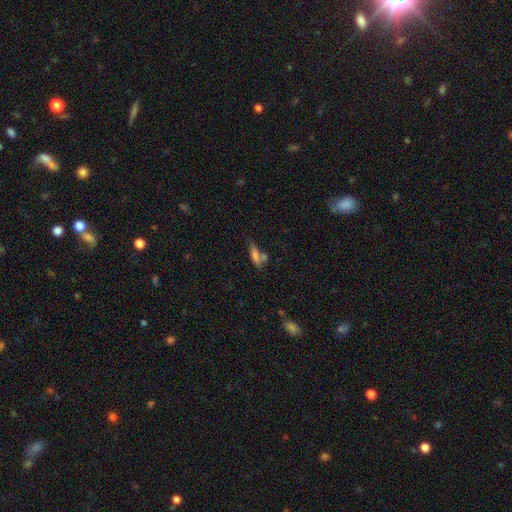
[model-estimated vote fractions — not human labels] Smooth or featured?
  - smooth: 69% *
  - featured or disk: 21%
  - star or artifact: 11%
How rounded?
  - cigar-shaped: 49% *
  - in between: 48%
  - round: 3%
Merging?
  - none: 46% *
  - merger: 28%
  - minor disturbance: 18%
  - major disturbance: 8%